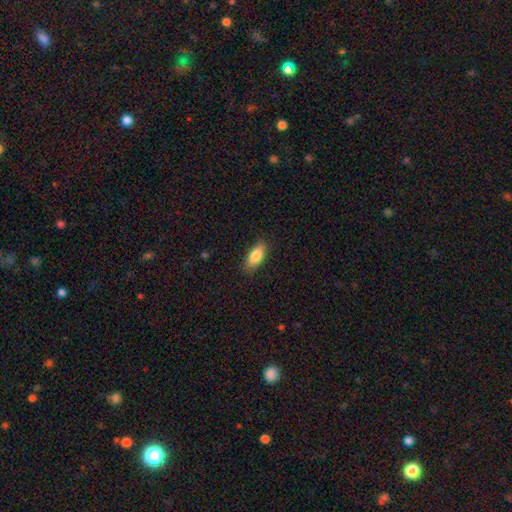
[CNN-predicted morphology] type=smooth (82%); roundness=in between (82%); merging=none (86%).